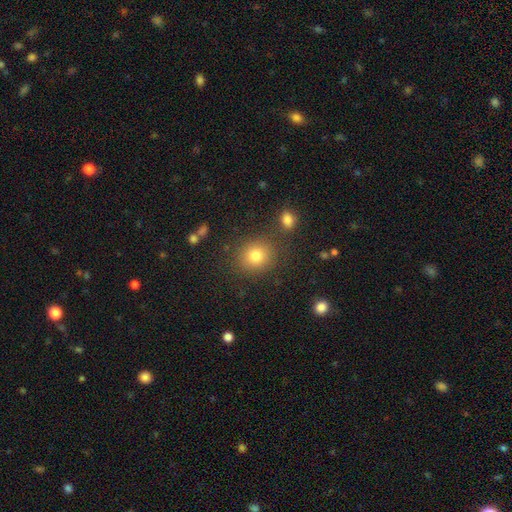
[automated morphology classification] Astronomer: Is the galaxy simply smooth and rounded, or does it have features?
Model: smooth — 79%.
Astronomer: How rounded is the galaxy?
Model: round — 83%.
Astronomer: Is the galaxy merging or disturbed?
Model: none — 81%.